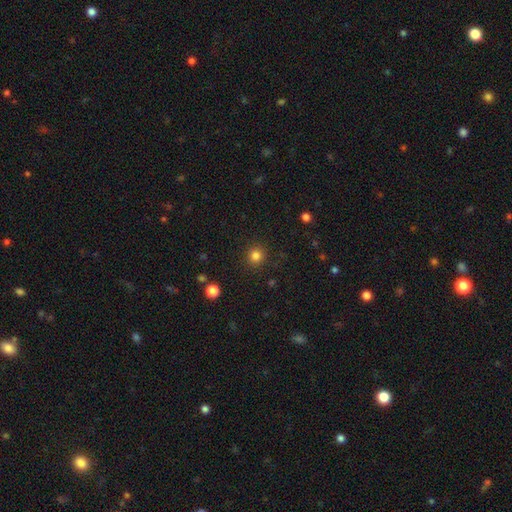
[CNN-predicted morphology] smooth 82%, star or artifact 13%, featured or disk 5%. Down the decision tree: how rounded — round (92%); merging — none (90%).